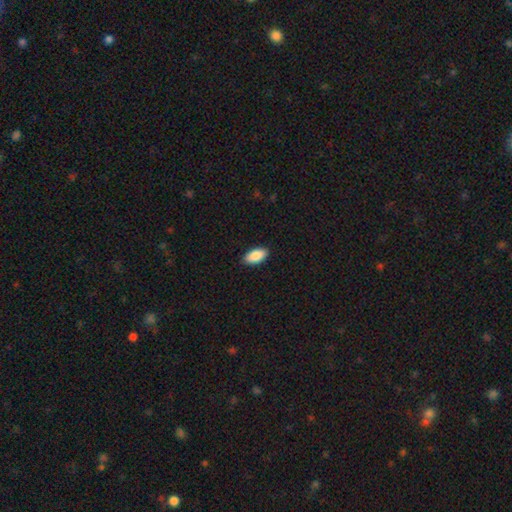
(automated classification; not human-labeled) Q: Smooth or featured?
A: smooth (89%); runner-up: star or artifact (6%)
Q: How rounded?
A: in between (93%); runner-up: cigar-shaped (5%)
Q: Merging?
A: none (89%); runner-up: minor disturbance (9%)